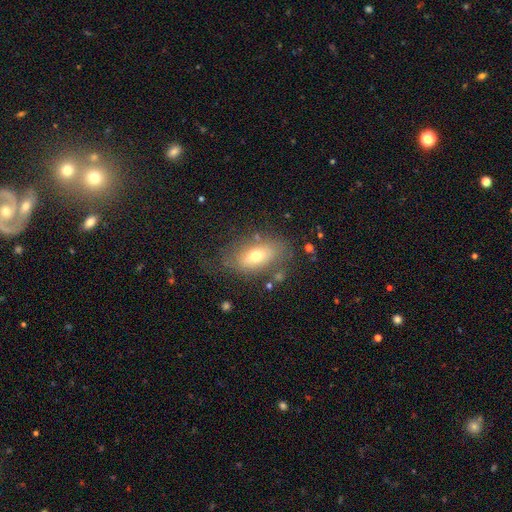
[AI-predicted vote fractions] Smooth or featured? Predicted: smooth (p=0.66). How rounded? Predicted: in between (p=0.88). Merging? Predicted: none (p=0.67).